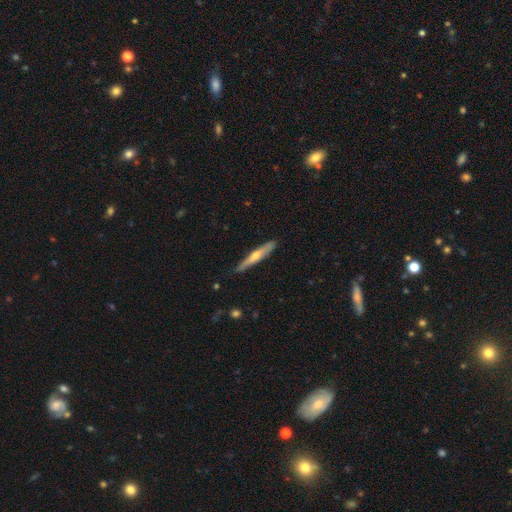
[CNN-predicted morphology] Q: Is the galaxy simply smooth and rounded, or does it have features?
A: featured or disk — 58%.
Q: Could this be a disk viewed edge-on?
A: yes — 95%.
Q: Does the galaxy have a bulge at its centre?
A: rounded — 85%.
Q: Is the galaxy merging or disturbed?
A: none — 87%.